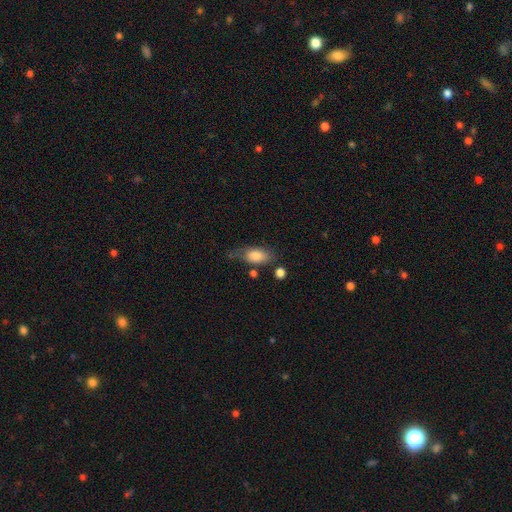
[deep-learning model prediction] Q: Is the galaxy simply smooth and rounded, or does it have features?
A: smooth — 81%.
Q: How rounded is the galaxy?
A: in between — 87%.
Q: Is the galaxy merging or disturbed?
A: none — 54%.